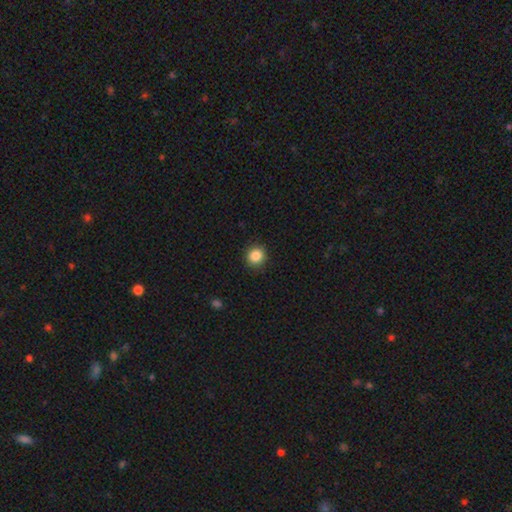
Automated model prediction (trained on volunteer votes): Overall: smooth (86%). How rounded: round (89%). Merging: none (91%).